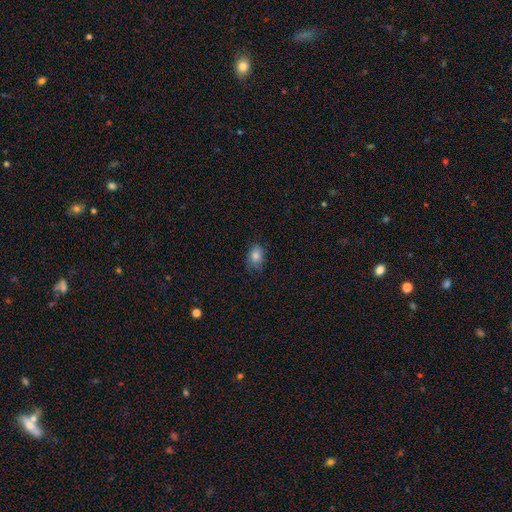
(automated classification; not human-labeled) A smooth galaxy with no disk features (82%) that is in between round and cigar-shaped (74%). Merging: none (73%).